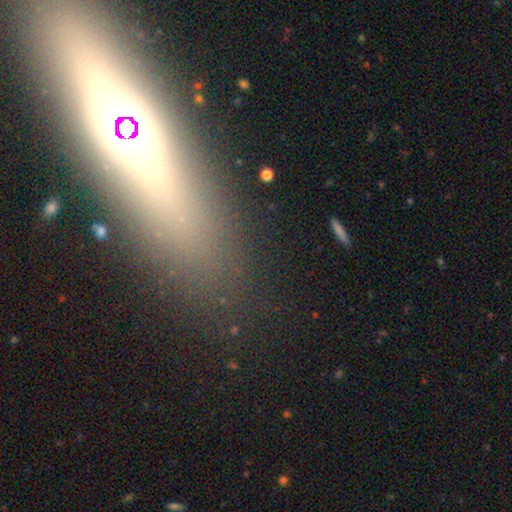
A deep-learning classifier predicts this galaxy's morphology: Overall: star or artifact (42%; smooth 35%).